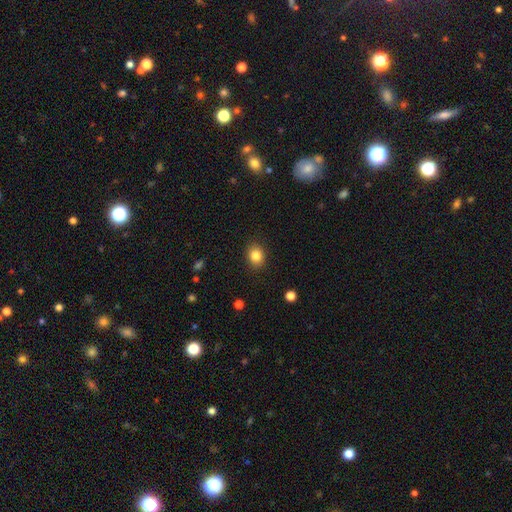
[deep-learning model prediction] This appears to be a smooth galaxy with no disk features (84%) that is round (55%). Merging: none (89%).